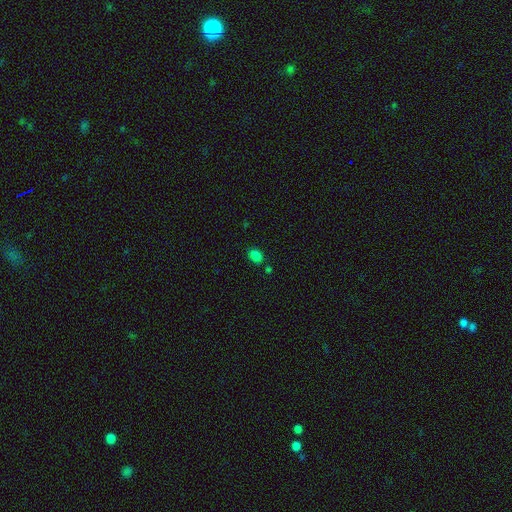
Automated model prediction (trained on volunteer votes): Morphology: type=smooth (82%); roundness=in between (71%); merging=none (79%).